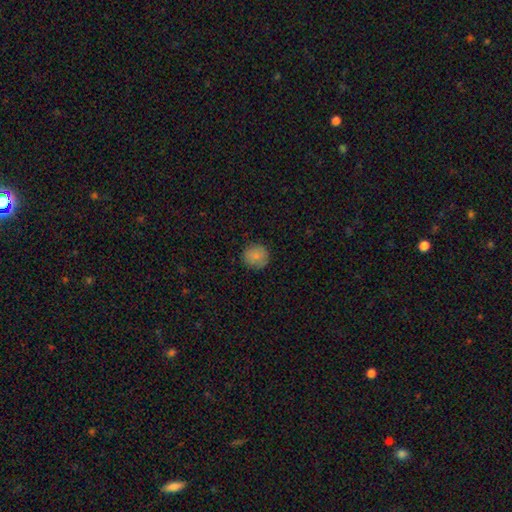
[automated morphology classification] smooth-or-featured: smooth: 84% | star or artifact: 9% | featured or disk: 7%
  how-rounded: round: 91% | in between: 8% | cigar-shaped: 1%
  merging: none: 86% | minor disturbance: 11% | major disturbance: 2% | merger: 1%